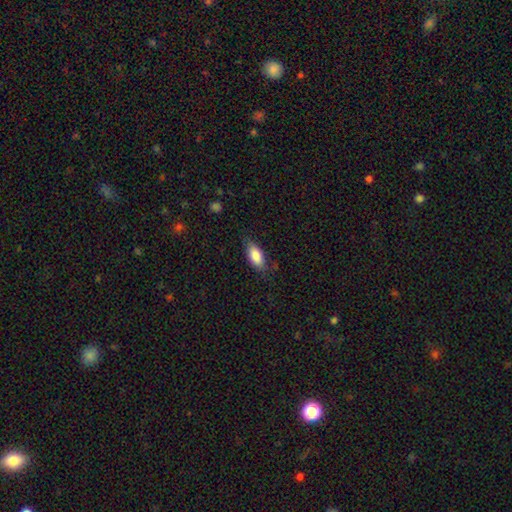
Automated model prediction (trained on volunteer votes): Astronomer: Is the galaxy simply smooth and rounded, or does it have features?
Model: smooth — 83%.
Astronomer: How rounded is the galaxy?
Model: in between — 87%.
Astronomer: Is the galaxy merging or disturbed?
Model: none — 75%.